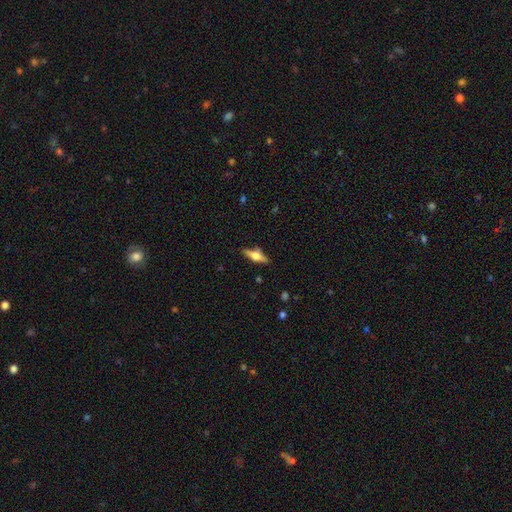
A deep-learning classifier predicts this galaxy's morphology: Smooth or featured? featured or disk (62%)
Edge-on disk? yes (95%)
Edge-on bulge? rounded (94%)
Merging? none (84%)